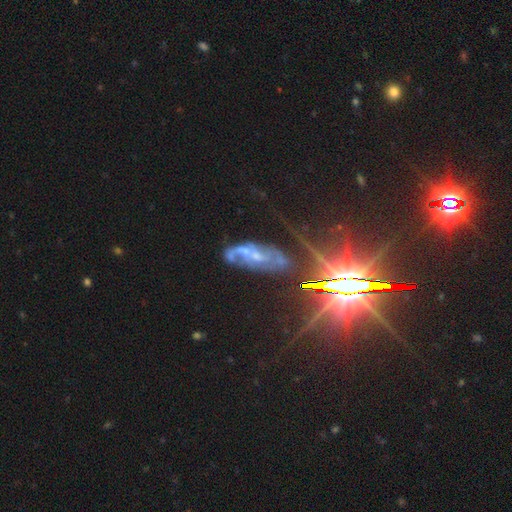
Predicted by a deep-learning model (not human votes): Smooth or featured? Predicted: featured or disk (p=0.66). Edge-on disk? Predicted: no (p=0.86). Bar? Predicted: no (p=0.55). Spiral arms? Predicted: yes (p=0.80). Bulge size? Predicted: small (p=0.63). Merging? Predicted: none (p=0.52).